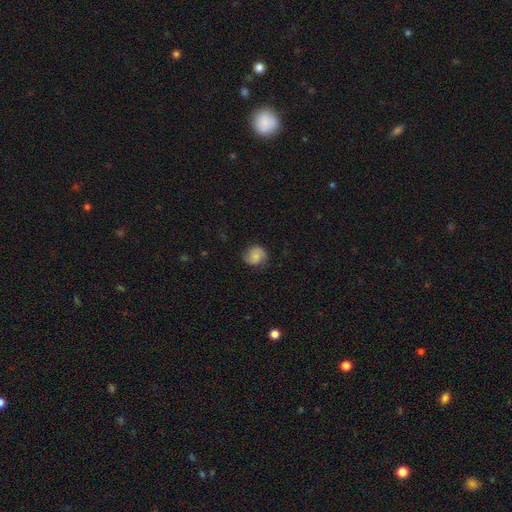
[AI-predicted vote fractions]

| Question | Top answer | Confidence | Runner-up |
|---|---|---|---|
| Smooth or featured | smooth | 57% | featured or disk (34%) |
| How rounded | round | 79% | in between (19%) |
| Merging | none | 76% | minor disturbance (17%) |